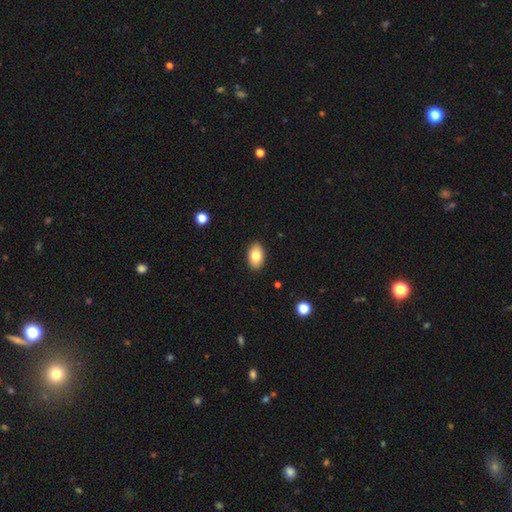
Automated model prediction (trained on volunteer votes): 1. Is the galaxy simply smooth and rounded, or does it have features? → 81% smooth, 12% featured or disk, 7% star or artifact.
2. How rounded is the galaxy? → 92% in between, 7% round, 1% cigar-shaped.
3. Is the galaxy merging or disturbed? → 90% none, 7% minor disturbance, 2% major disturbance, 1% merger.